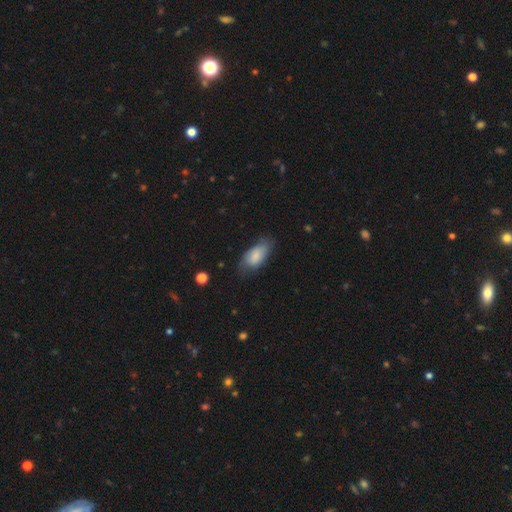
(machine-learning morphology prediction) Smooth or featured? Predicted: smooth (p=0.78). How rounded? Predicted: in between (p=0.90). Merging? Predicted: none (p=0.58).